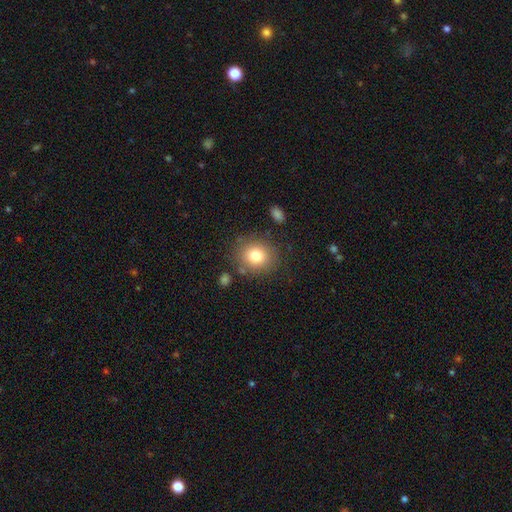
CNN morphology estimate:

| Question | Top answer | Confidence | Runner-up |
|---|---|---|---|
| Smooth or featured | smooth | 80% | star or artifact (11%) |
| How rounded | round | 76% | in between (23%) |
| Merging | none | 82% | minor disturbance (10%) |